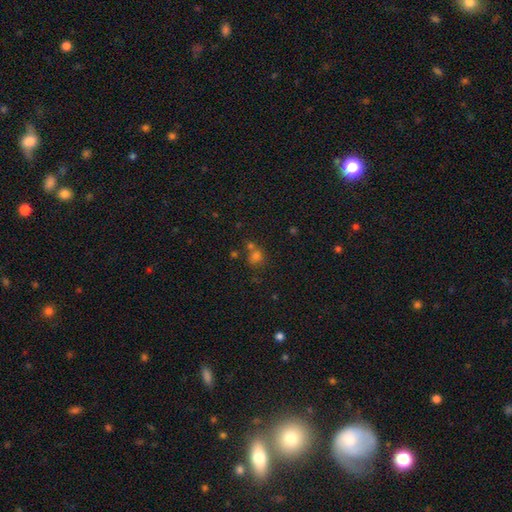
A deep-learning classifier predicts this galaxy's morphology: Smooth or featured? smooth (59%)
How rounded? round (80%)
Merging? none (57%)